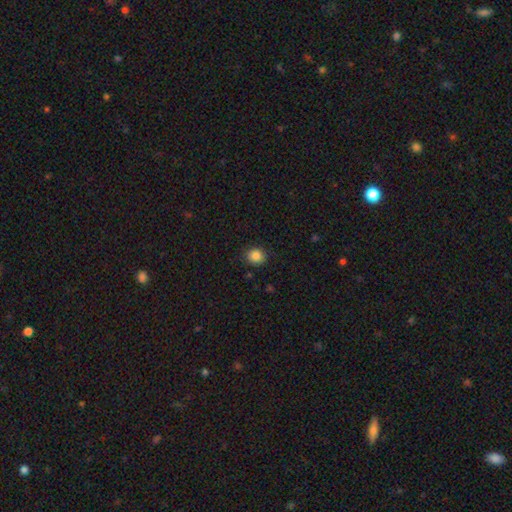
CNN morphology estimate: This is clearly a smooth galaxy (86%). How rounded: likely round (77%). Merging: clearly none (87%).